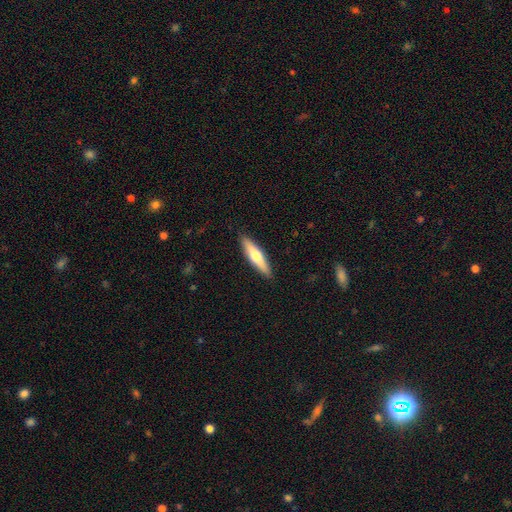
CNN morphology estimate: type=smooth (54%); roundness=cigar-shaped (75%); merging=none (90%).